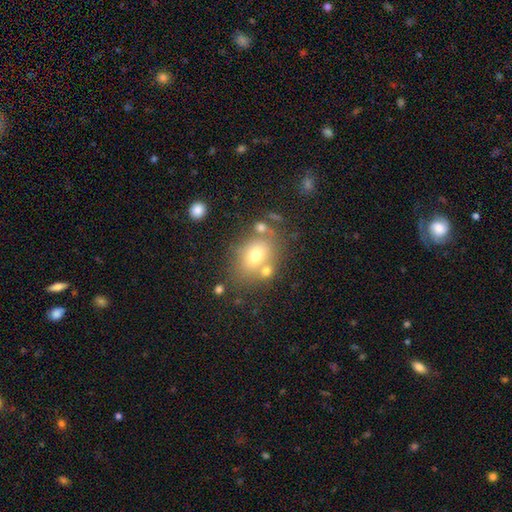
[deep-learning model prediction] Morphology: type=smooth (67%); roundness=in between (55%); merging=none (60%).